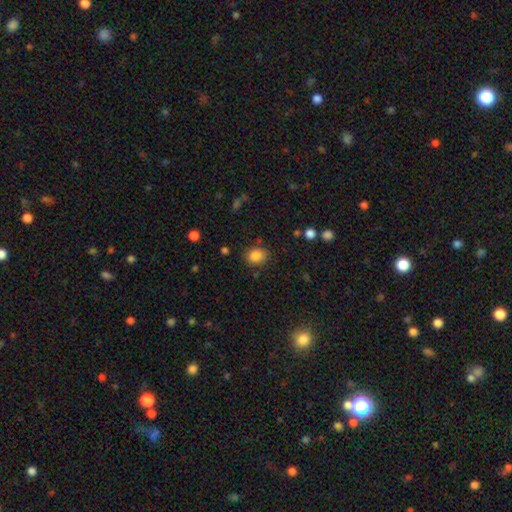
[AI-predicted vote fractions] smooth_or_featured: smooth (p=0.85) [alt: star or artifact p=0.10]
how_rounded: round (p=0.56) [alt: in between p=0.43]
merging: none (p=0.80) [alt: minor disturbance p=0.13]